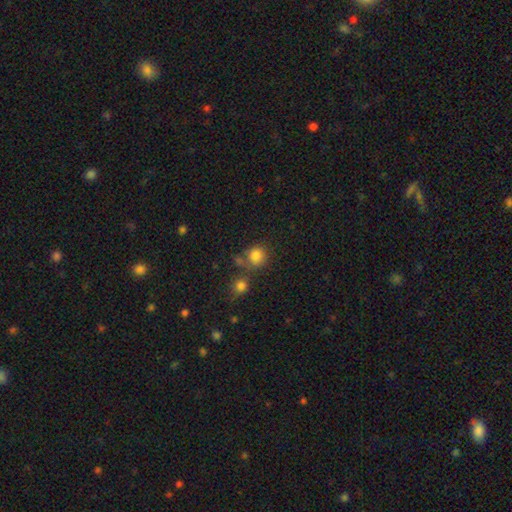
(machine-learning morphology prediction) Smooth or featured: smooth — 81% (star or artifact — 12%)
How rounded: round — 86% (in between — 13%)
Merging: none — 63% (merger — 20%)